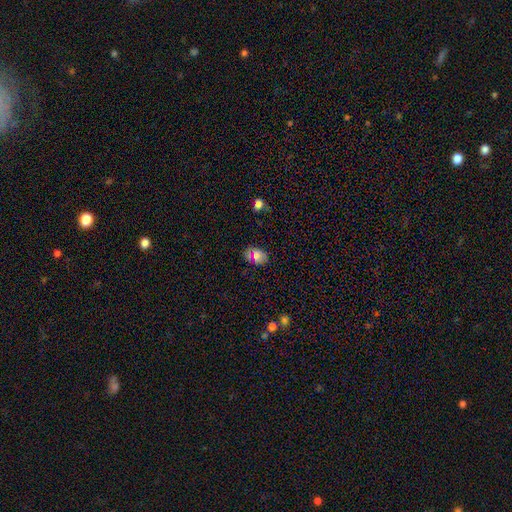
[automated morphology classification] This is likely a smooth galaxy (71%). How rounded: likely in between (79%). Merging: clearly none (82%).